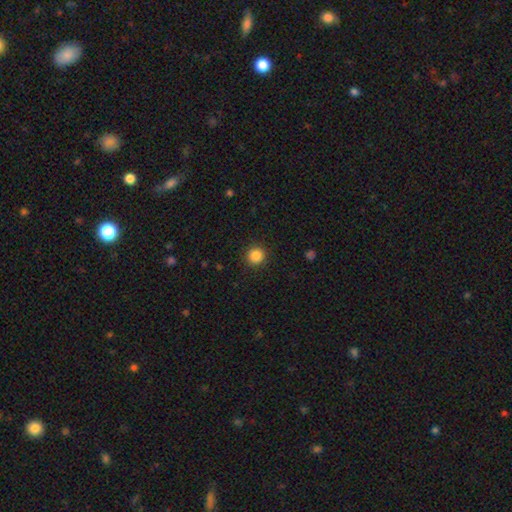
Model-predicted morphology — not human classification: smooth-or-featured: smooth: 86% | star or artifact: 11% | featured or disk: 4%
  how-rounded: round: 94% | in between: 5% | cigar-shaped: 1%
  merging: none: 92% | minor disturbance: 5% | major disturbance: 2% | merger: 1%